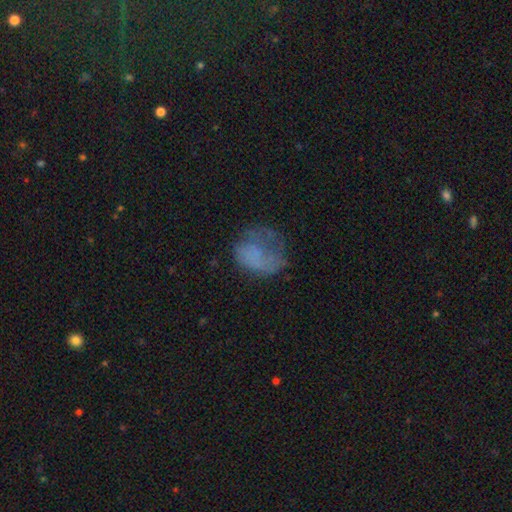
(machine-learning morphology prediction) smooth-or-featured: smooth: 52% | featured or disk: 35% | star or artifact: 13%
  how-rounded: round: 50% | in between: 49% | cigar-shaped: 1%
  merging: major disturbance: 39% | none: 35% | minor disturbance: 23% | merger: 3%